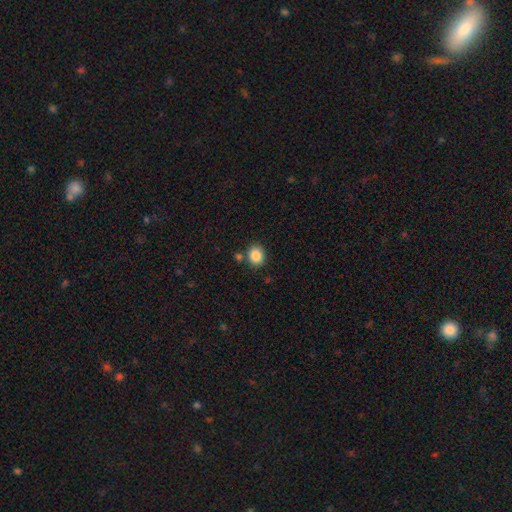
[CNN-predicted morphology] The model was most divided on "how rounded": round: 67%, in between: 32%, cigar-shaped: 1%. More confident: smooth or featured — smooth (87%); merging — none (80%).